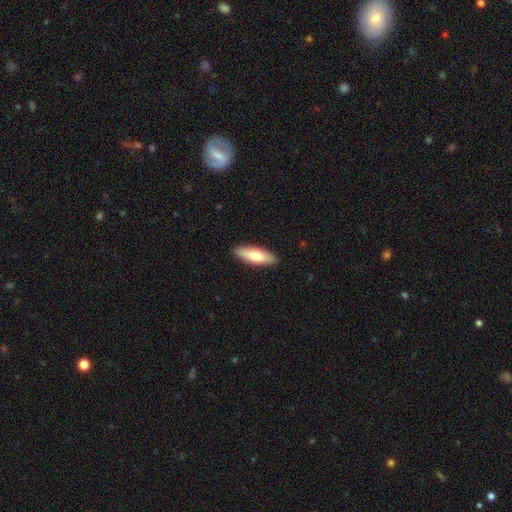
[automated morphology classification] smooth-or-featured: smooth: 71% | featured or disk: 24% | star or artifact: 5%
  how-rounded: in between: 51% | cigar-shaped: 47% | round: 2%
  merging: none: 90% | minor disturbance: 8% | major disturbance: 2% | merger: 1%